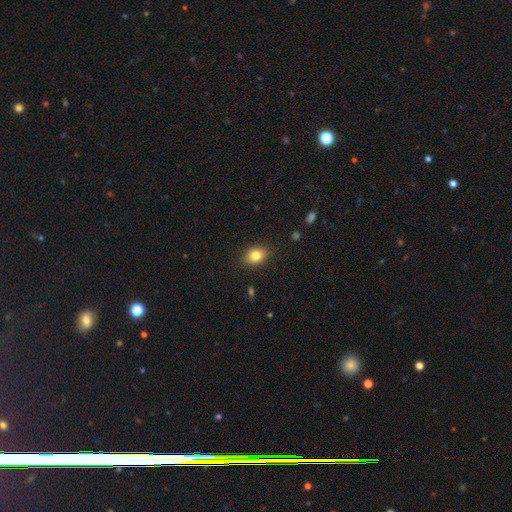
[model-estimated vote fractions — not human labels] The model was most divided on "how rounded": in between: 58%, round: 41%, cigar-shaped: 1%. More confident: merging — none (86%); smooth or featured — smooth (82%).